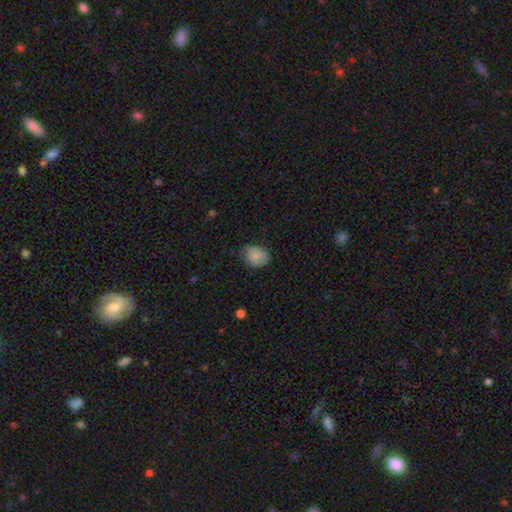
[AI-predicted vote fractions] A smooth galaxy with no disk features (78%) that is round (52%).

Vote fractions:
- Smooth or featured? smooth: 78% / featured or disk: 14% / star or artifact: 8%
- How rounded? round: 52% / in between: 47% / cigar-shaped: 1%
- Merging? none: 66% / minor disturbance: 26% / major disturbance: 6% / merger: 1%